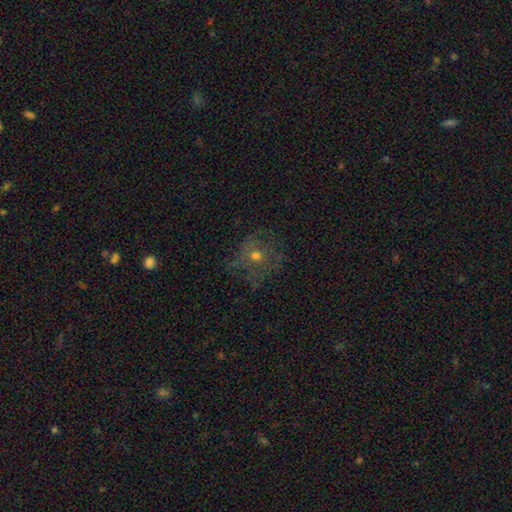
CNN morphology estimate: A featured or disk galaxy (38%).

Vote fractions:
- Smooth or featured? featured or disk: 38% / smooth: 37% / star or artifact: 25%
- Merging? none: 68% / minor disturbance: 17% / major disturbance: 13% / merger: 2%